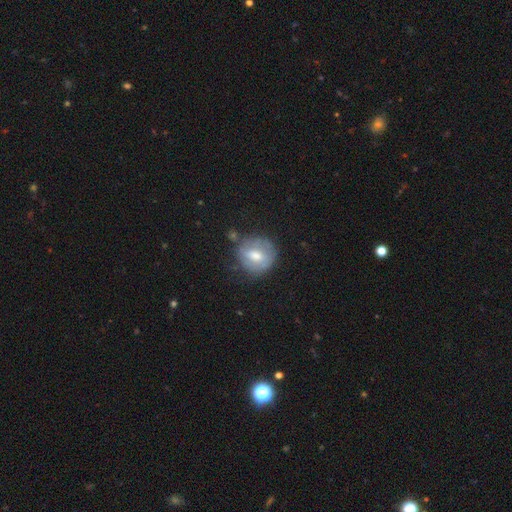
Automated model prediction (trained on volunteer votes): smooth 52%, featured or disk 40%, star or artifact 8%. Down the decision tree: how rounded — round (78%); merging — none (61%).